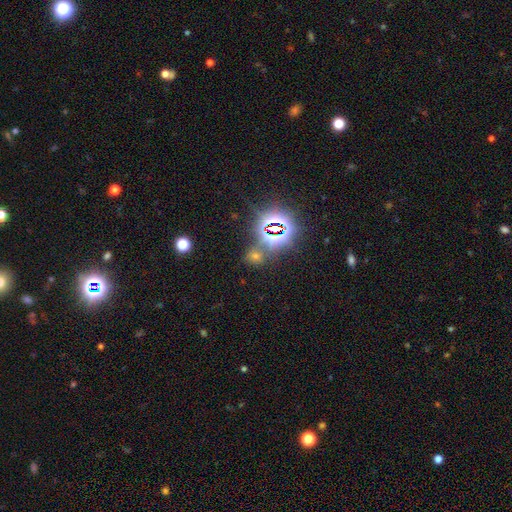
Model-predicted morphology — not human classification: Smooth or featured: star or artifact — 62% (smooth — 30%)